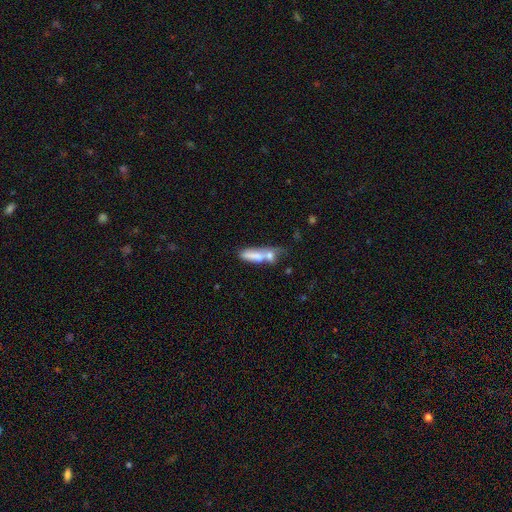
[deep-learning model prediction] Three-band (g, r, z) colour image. It shows a smooth galaxy with no disk features (68%) that is cigar-shaped (51%). Merging: merger (47%).